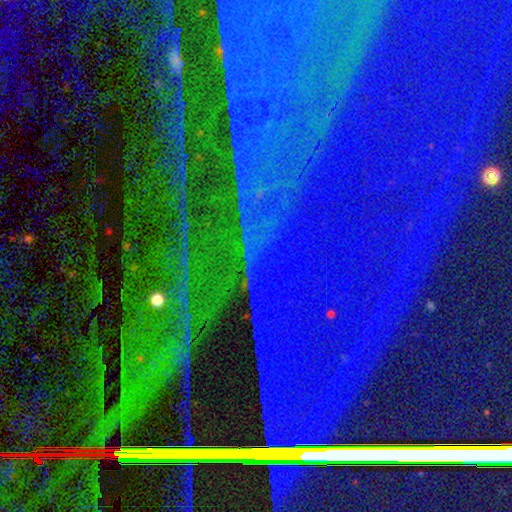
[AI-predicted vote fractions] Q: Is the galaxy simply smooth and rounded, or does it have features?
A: star or artifact — 88%.